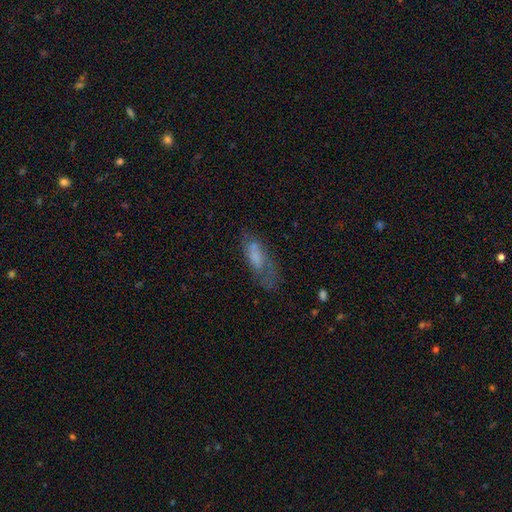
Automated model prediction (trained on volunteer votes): The model was most divided on "merging": none: 46%, minor disturbance: 25%, major disturbance: 22%, merger: 6%. More confident: how rounded — in between (67%); smooth or featured — smooth (55%).